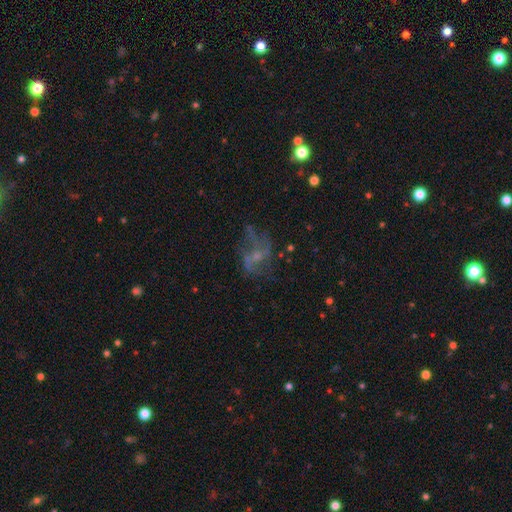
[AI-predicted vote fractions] The model was most divided on "spiral arms": yes: 53%, no: 47%. Remaining: edge-on disk — no (97%); bar — no (66%); smooth or featured — featured or disk (62%); bulge size — small (54%); merging — none (46%).